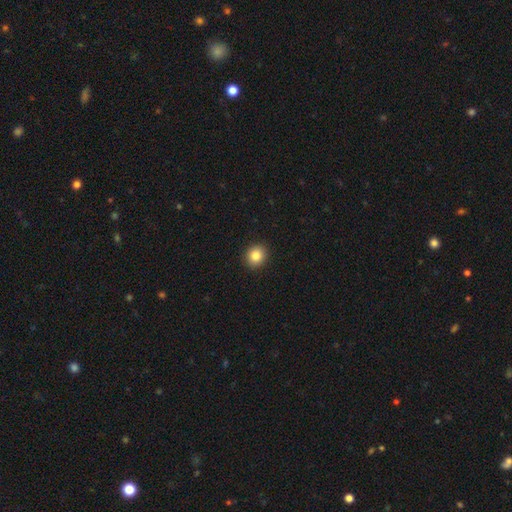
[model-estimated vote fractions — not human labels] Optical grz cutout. It shows a smooth galaxy with no disk features (85%) that is round (80%). Merging: none (92%).